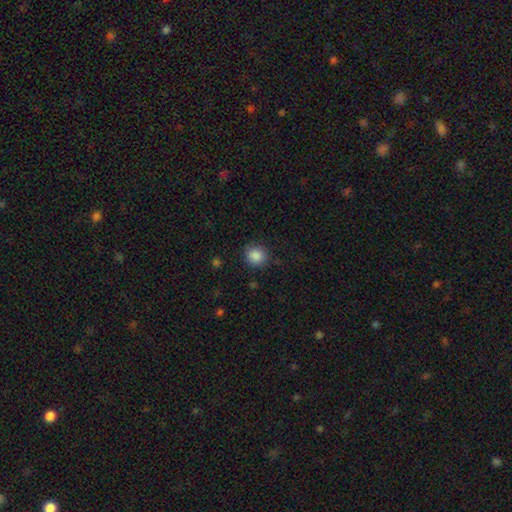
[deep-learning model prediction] Morphology: type=smooth (88%); roundness=round (85%); merging=none (87%).